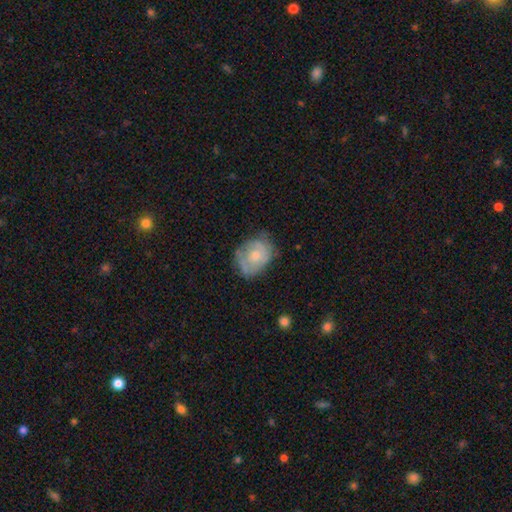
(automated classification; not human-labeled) Overall: featured or disk (49%; smooth 45%). Merging: none (56%; minor disturbance 30%).